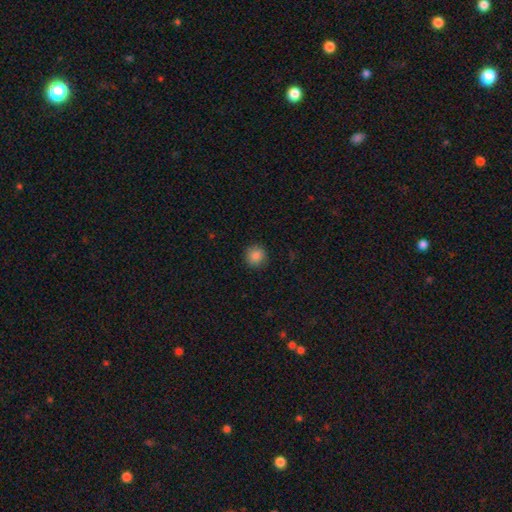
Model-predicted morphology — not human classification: Q: Smooth or featured?
A: smooth (85%); runner-up: star or artifact (10%)
Q: How rounded?
A: round (93%); runner-up: in between (6%)
Q: Merging?
A: none (91%); runner-up: minor disturbance (6%)